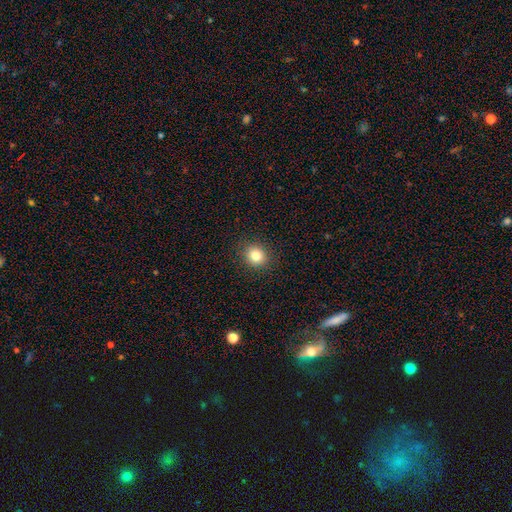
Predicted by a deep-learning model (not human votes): Smooth or featured? smooth (82%)
How rounded? round (79%)
Merging? none (91%)